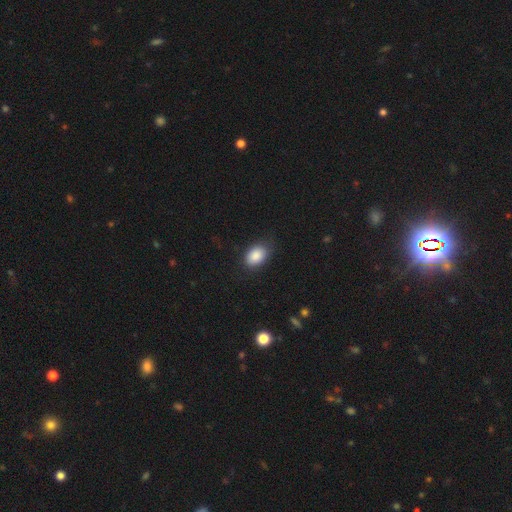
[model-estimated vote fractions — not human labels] Overall: smooth (87%). How rounded: in between (81%). Merging: none (77%).